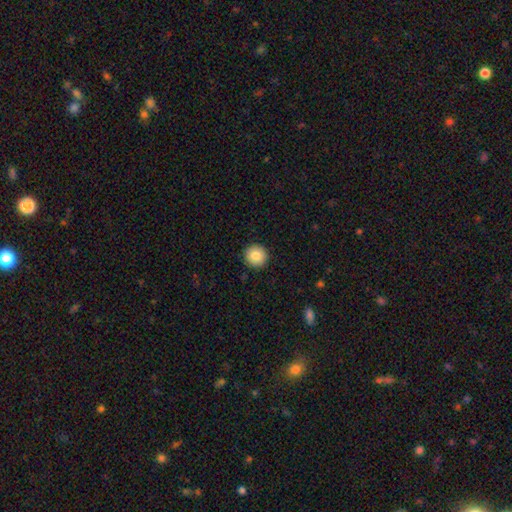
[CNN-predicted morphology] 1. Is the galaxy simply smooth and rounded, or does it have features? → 85% smooth, 8% star or artifact, 7% featured or disk.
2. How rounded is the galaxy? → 95% round, 4% in between, 1% cigar-shaped.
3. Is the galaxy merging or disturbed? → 92% none, 5% minor disturbance, 2% major disturbance, 1% merger.